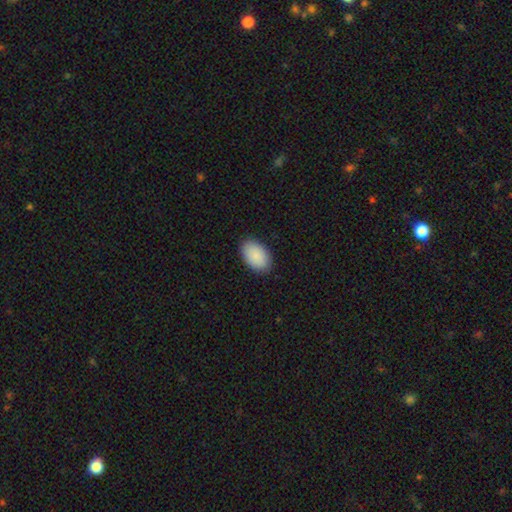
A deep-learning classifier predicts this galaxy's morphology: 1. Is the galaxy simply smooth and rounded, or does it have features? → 90% smooth, 6% star or artifact, 4% featured or disk.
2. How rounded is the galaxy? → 93% in between, 6% round, 1% cigar-shaped.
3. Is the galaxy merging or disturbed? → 88% none, 9% minor disturbance, 2% major disturbance, 1% merger.